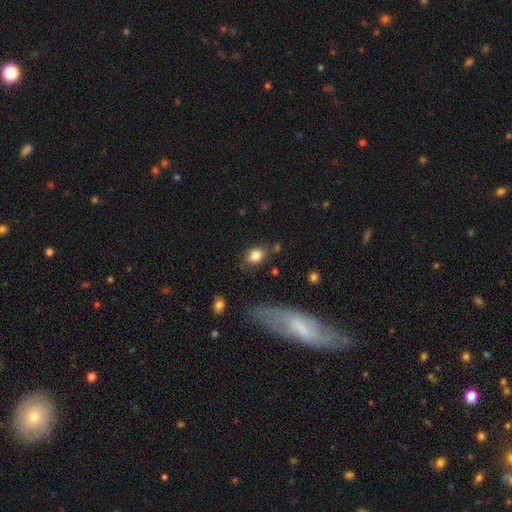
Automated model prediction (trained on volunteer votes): smooth-or-featured: smooth: 83% | star or artifact: 9% | featured or disk: 8%
  how-rounded: in between: 65% | round: 33% | cigar-shaped: 2%
  merging: none: 76% | minor disturbance: 16% | merger: 5% | major disturbance: 4%